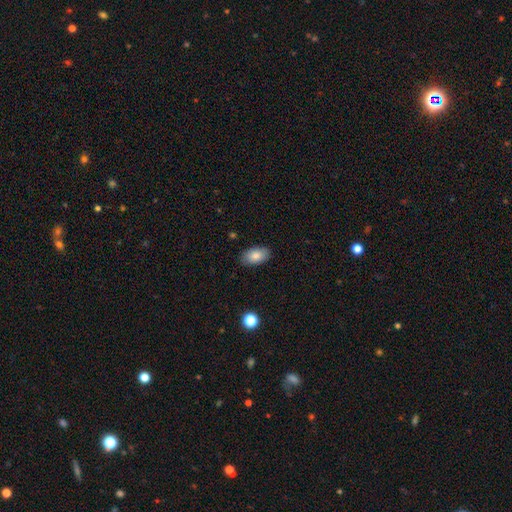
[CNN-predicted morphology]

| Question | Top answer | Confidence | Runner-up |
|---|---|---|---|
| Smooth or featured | smooth | 85% | featured or disk (8%) |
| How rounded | in between | 94% | round (5%) |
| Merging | none | 86% | minor disturbance (10%) |